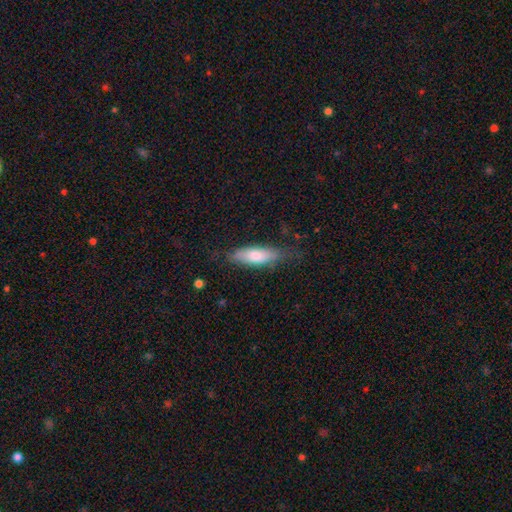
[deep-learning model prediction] This is likely a smooth galaxy (72%). How rounded: possibly in between (55%). Merging: likely none (69%).